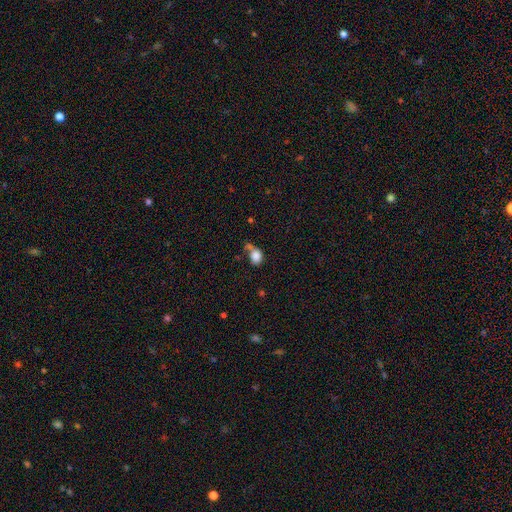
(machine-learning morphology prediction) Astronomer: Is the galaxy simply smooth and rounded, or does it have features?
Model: smooth — 83%.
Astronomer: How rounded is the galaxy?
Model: in between — 57% (runner-up: round, 42%).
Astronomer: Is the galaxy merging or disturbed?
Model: none — 36% (runner-up: merger, 29%).